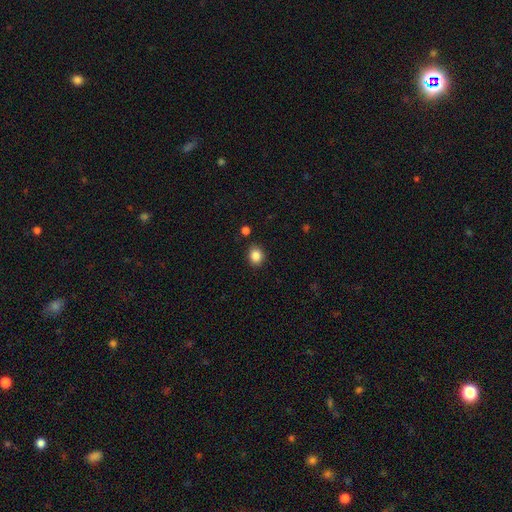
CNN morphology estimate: smooth_or_featured: smooth (p=0.85) [alt: star or artifact p=0.10]
how_rounded: round (p=0.63) [alt: in between p=0.36]
merging: none (p=0.86) [alt: minor disturbance p=0.09]